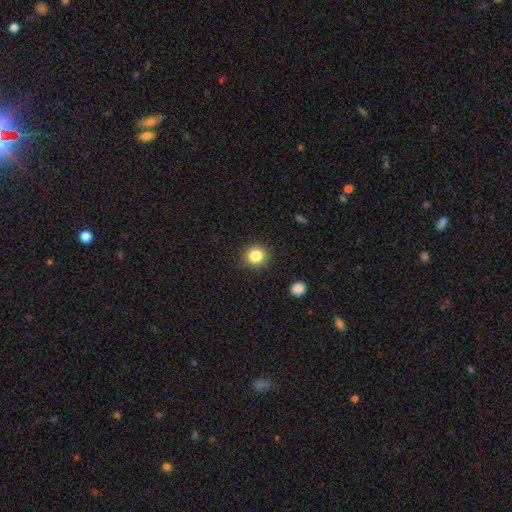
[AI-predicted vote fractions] Morphology: type=smooth (83%); roundness=round (91%); merging=none (89%).